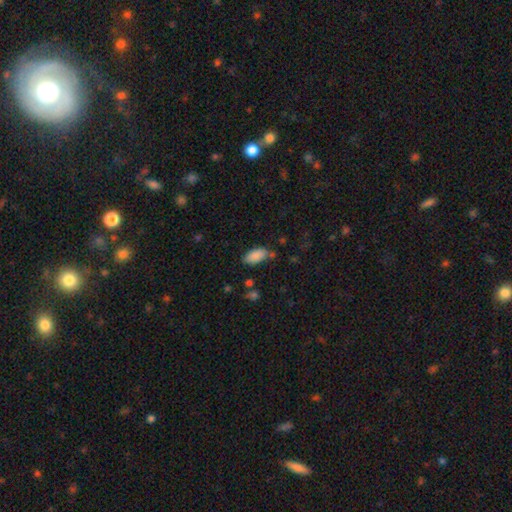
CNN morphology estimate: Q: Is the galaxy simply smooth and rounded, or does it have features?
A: smooth — 88%.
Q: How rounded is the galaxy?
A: in between — 92%.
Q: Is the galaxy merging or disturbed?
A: none — 72%.